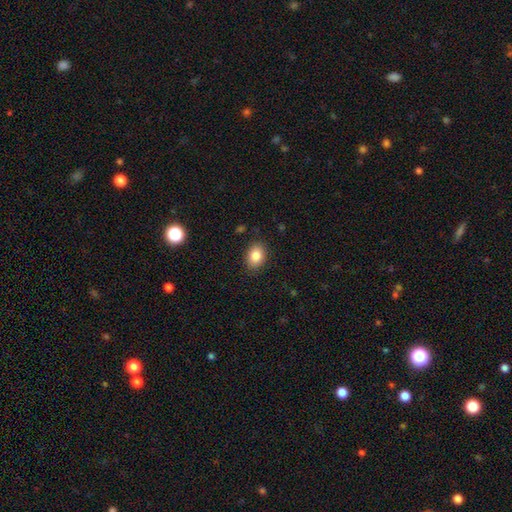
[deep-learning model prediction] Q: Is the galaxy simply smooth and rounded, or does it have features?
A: smooth — 84%.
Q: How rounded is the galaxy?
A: in between — 70%.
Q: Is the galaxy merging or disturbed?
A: none — 87%.